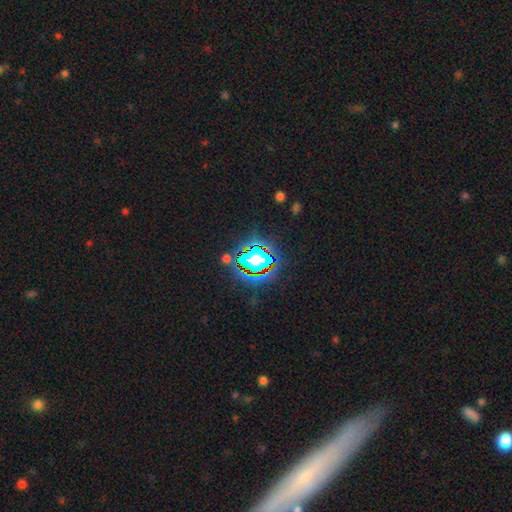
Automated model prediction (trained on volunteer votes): This is likely a star or artifact rather than a galaxy (71%).